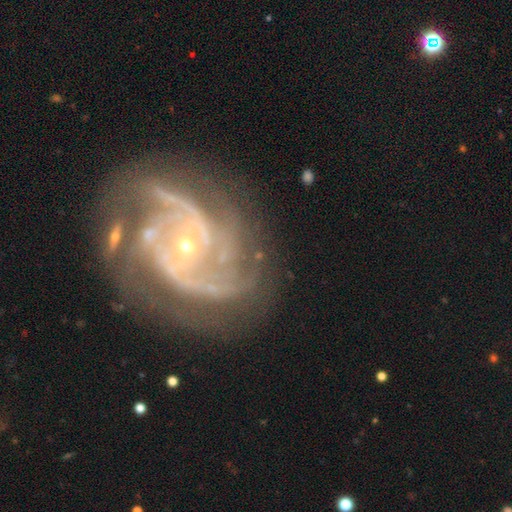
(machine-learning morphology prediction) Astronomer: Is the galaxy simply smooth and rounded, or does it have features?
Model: featured or disk — 91%.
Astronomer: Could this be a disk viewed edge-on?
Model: no — 98%.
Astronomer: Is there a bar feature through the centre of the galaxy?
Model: no — 60%.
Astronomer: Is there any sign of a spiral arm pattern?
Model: yes — 98%.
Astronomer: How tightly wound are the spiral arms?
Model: medium — 51% (runner-up: tight, 38%).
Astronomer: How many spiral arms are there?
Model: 2 — 36% (runner-up: 3, 27%).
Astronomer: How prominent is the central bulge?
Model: small — 81%.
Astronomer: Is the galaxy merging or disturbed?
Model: none — 65%.